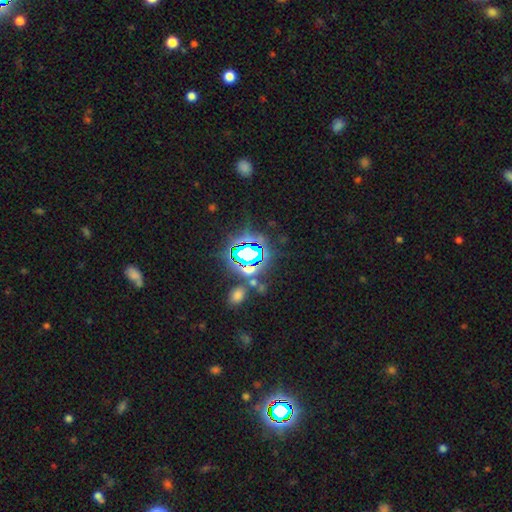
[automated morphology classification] Q: Smooth or featured?
A: star or artifact (76%); runner-up: smooth (15%)